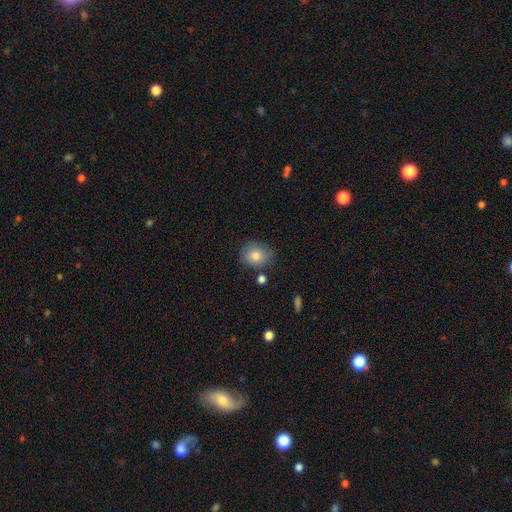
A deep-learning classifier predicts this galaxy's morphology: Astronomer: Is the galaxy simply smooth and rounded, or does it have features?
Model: smooth — 79%.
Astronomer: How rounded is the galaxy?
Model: round — 68%.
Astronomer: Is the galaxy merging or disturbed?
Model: none — 75%.